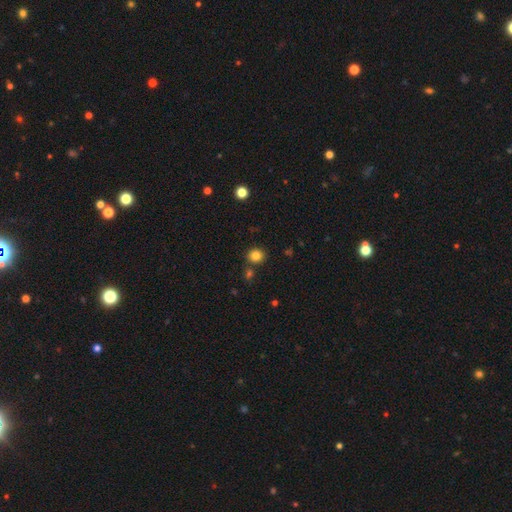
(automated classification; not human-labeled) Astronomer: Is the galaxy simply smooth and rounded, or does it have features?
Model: smooth — 83%.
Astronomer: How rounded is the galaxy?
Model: round — 86%.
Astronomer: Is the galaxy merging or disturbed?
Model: none — 82%.